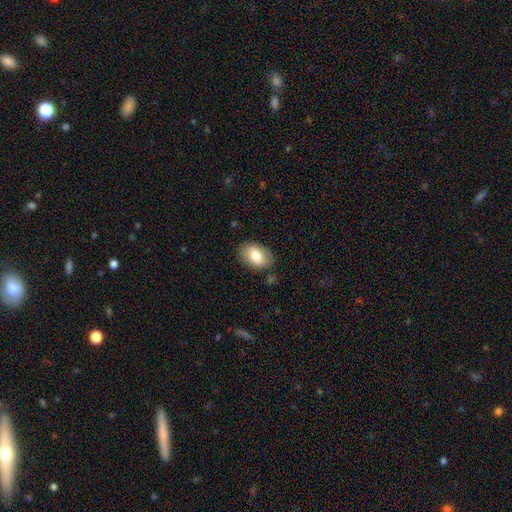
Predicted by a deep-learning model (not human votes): Smooth or featured: smooth — 76% (featured or disk — 17%)
How rounded: in between — 88% (round — 11%)
Merging: none — 83% (minor disturbance — 12%)